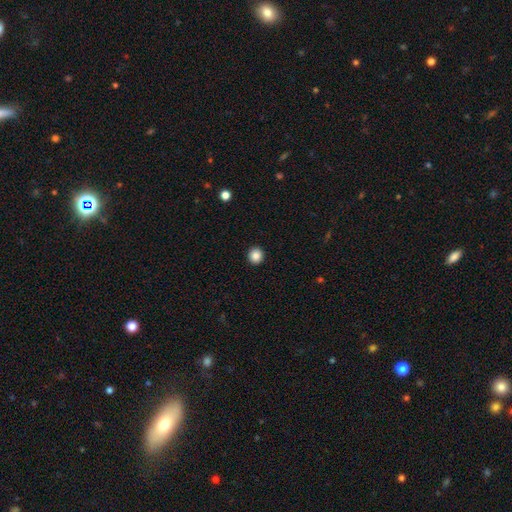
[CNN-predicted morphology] smooth 87%, star or artifact 10%, featured or disk 4%. Down the decision tree: how rounded — round (91%); merging — none (93%).